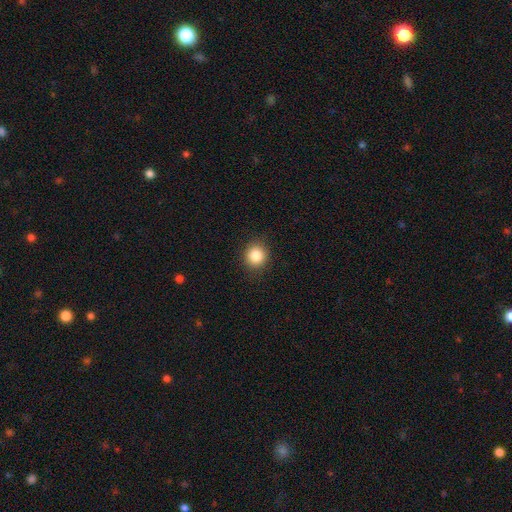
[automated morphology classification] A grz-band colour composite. It shows a smooth galaxy with no disk features (86%) that is round (86%). Merging: none (89%).